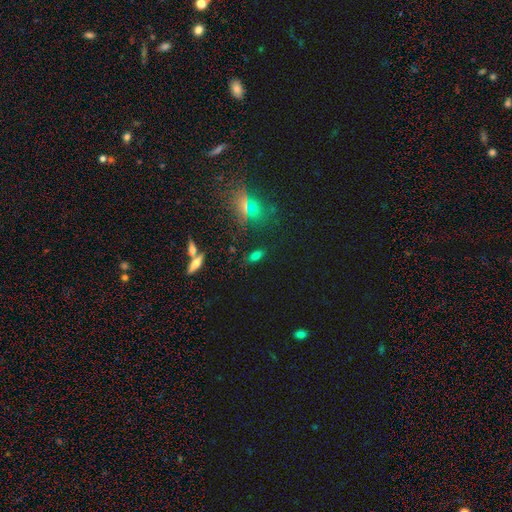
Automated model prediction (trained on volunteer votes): A smooth galaxy with no disk features (65%) that is in between round and cigar-shaped (74%). Merging: none (79%).